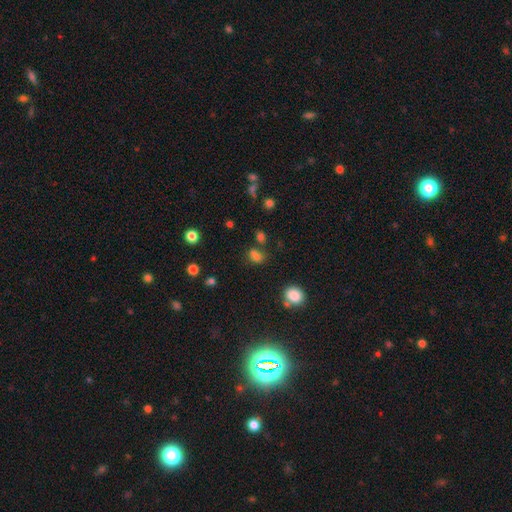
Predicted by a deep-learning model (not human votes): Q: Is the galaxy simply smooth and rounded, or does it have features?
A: smooth — 72%.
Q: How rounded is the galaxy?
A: in between — 61%.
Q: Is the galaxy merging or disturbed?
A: none — 50%.